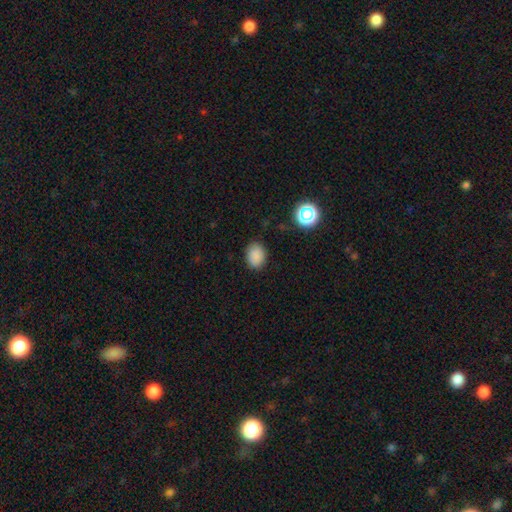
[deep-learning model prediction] Q: Smooth or featured?
A: smooth (86%); runner-up: star or artifact (11%)
Q: How rounded?
A: in between (58%); runner-up: round (41%)
Q: Merging?
A: none (85%); runner-up: minor disturbance (11%)